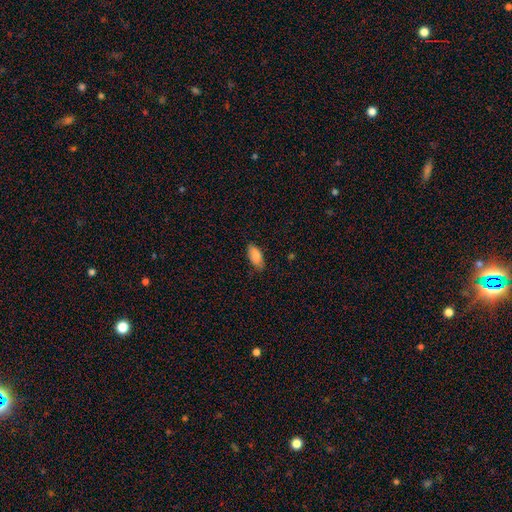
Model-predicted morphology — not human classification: type=smooth (82%); roundness=in between (91%); merging=none (81%).